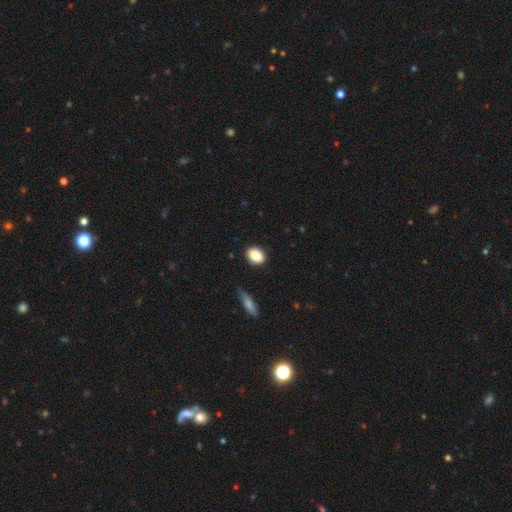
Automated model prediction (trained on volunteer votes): Overall: smooth (88%). How rounded: in between (70%). Merging: none (86%).